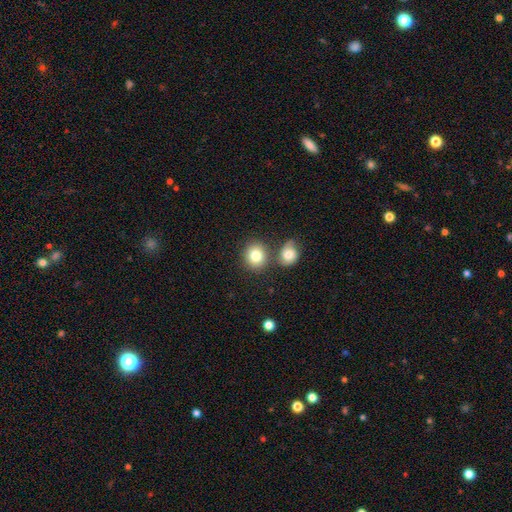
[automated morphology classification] A smooth galaxy with no disk features (82%) that is round (77%).

Vote fractions:
- Smooth or featured? smooth: 82% / featured or disk: 9% / star or artifact: 9%
- How rounded? round: 77% / in between: 22% / cigar-shaped: 1%
- Merging? none: 69% / merger: 19% / minor disturbance: 10% / major disturbance: 3%